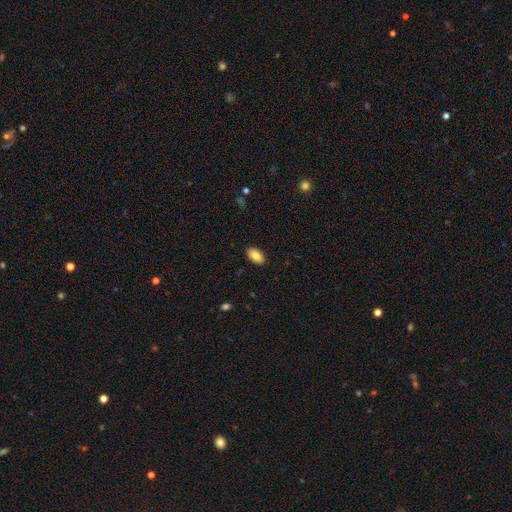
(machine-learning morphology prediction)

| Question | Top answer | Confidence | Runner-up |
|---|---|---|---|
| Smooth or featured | smooth | 86% | featured or disk (7%) |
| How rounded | in between | 94% | round (4%) |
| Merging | none | 89% | minor disturbance (8%) |